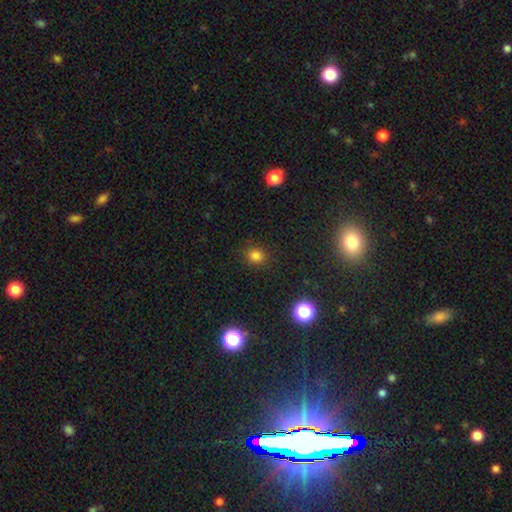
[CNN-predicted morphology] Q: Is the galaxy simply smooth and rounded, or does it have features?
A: smooth — 78%.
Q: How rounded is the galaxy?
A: round — 79%.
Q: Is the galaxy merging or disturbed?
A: none — 88%.